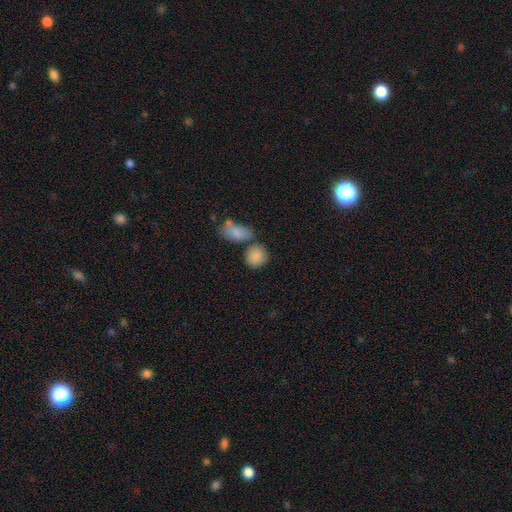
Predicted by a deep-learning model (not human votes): smooth 86%, star or artifact 8%, featured or disk 6%. Down the decision tree: how rounded — round (61%); merging — none (58%).